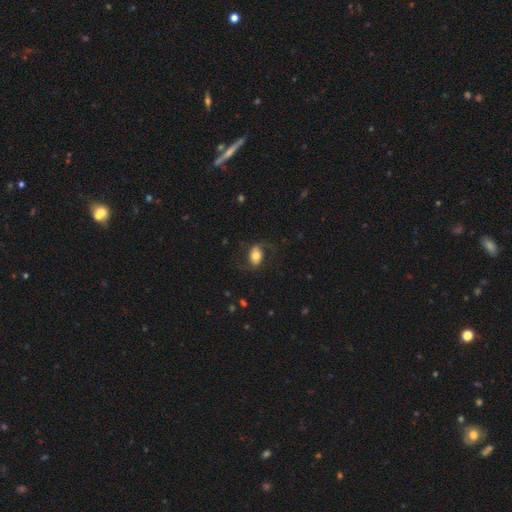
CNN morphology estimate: smooth_or_featured: smooth (p=0.55) [alt: featured or disk p=0.37]
how_rounded: in between (p=0.82) [alt: round p=0.16]
merging: none (p=0.69) [alt: minor disturbance p=0.17]